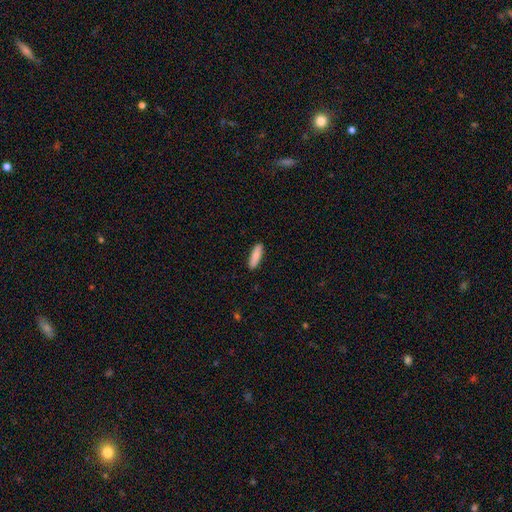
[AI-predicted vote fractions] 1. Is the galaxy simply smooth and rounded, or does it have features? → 86% smooth, 8% featured or disk, 6% star or artifact.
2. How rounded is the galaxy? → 64% cigar-shaped, 34% in between, 2% round.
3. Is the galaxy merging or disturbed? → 90% none, 8% minor disturbance, 2% major disturbance, 1% merger.